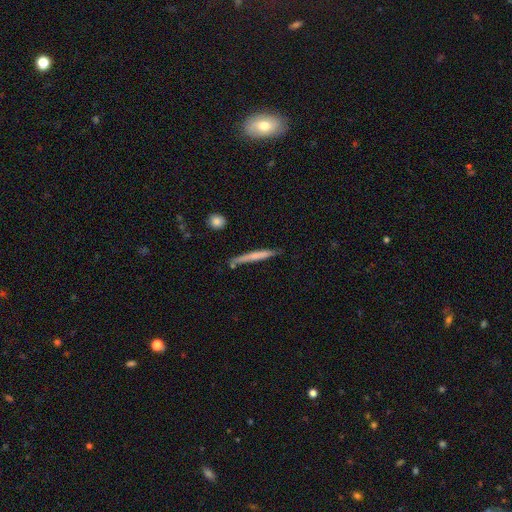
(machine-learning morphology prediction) A smooth galaxy with no disk features (60%) that is cigar-shaped (96%). Merging: none (78%).